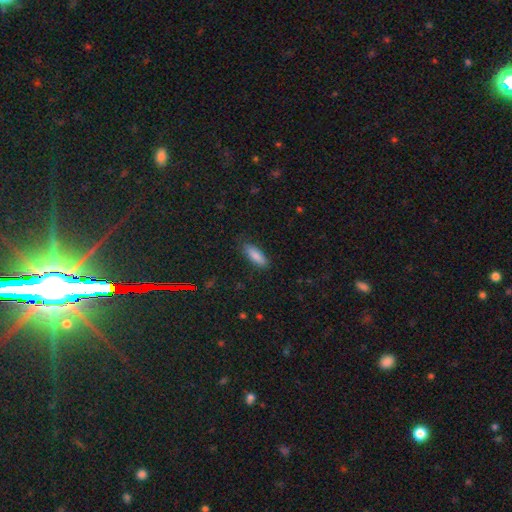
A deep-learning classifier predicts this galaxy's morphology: Overall: smooth (86%). How rounded: in between (60%; cigar-shaped 38%). Merging: none (85%).